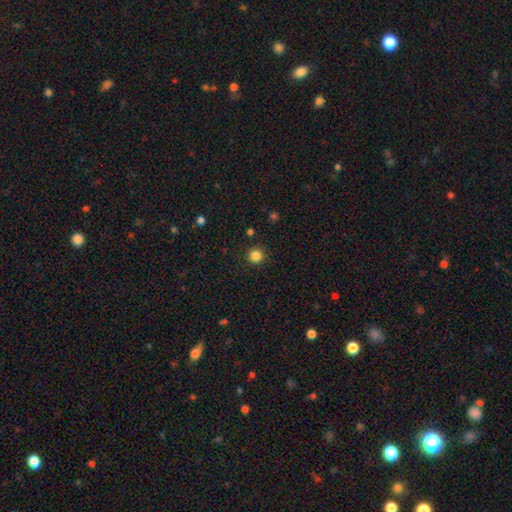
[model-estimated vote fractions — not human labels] smooth 85%, star or artifact 12%, featured or disk 3%. Down the decision tree: how rounded — round (96%); merging — none (92%).